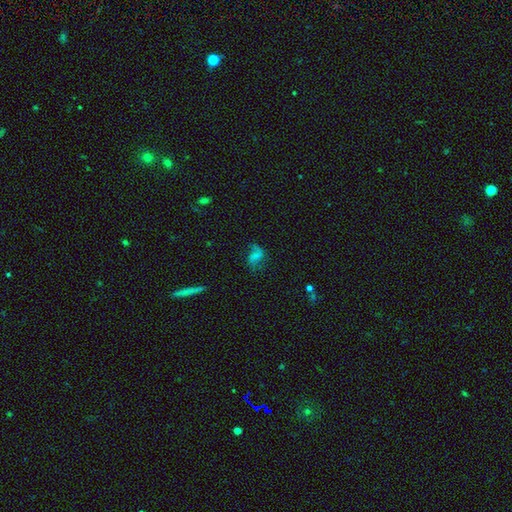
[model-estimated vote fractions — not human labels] Smooth or featured? Predicted: featured or disk (p=0.48). Merging? Predicted: none (p=0.53).